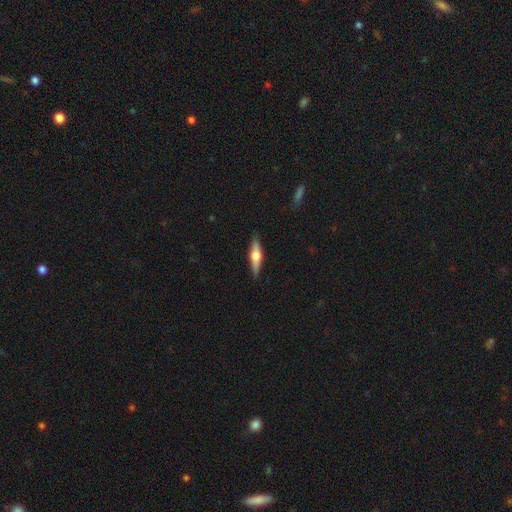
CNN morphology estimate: Smooth or featured? featured or disk (58%)
Edge-on disk? yes (95%)
Edge-on bulge? rounded (93%)
Merging? none (89%)